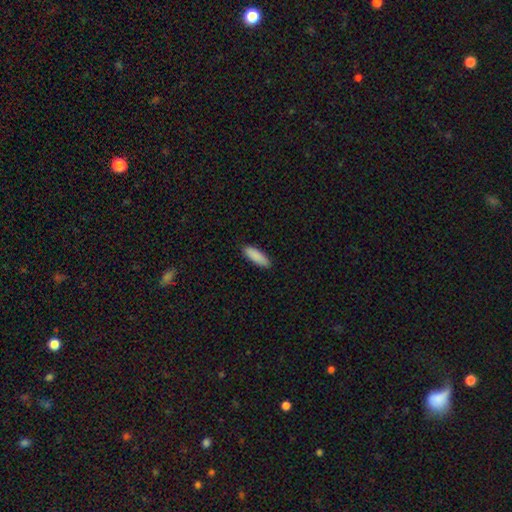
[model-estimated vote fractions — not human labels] Smooth or featured: smooth — 89% (star or artifact — 6%)
How rounded: in between — 51% (cigar-shaped — 47%)
Merging: none — 89% (minor disturbance — 8%)